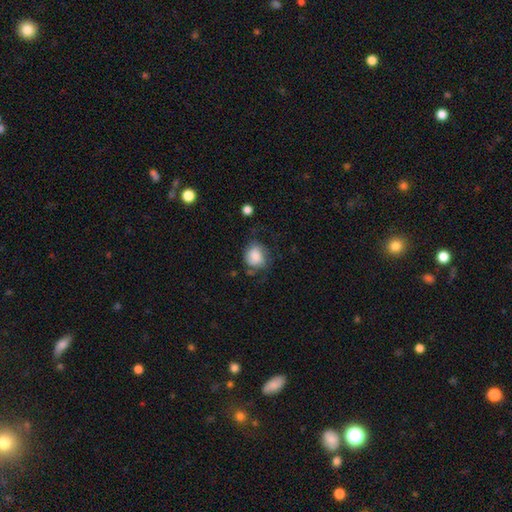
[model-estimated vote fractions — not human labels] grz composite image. It shows a smooth galaxy with no disk features (75%) that is round (63%). Merging: none (49%).